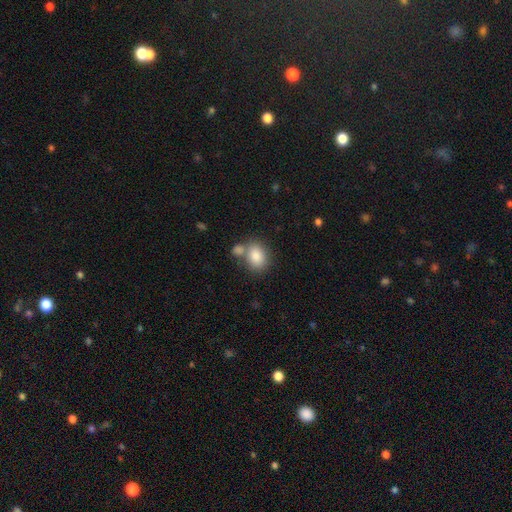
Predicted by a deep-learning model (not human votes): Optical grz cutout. It shows a smooth galaxy with no disk features (85%) that is in between round and cigar-shaped (68%). Merging: none (50%).